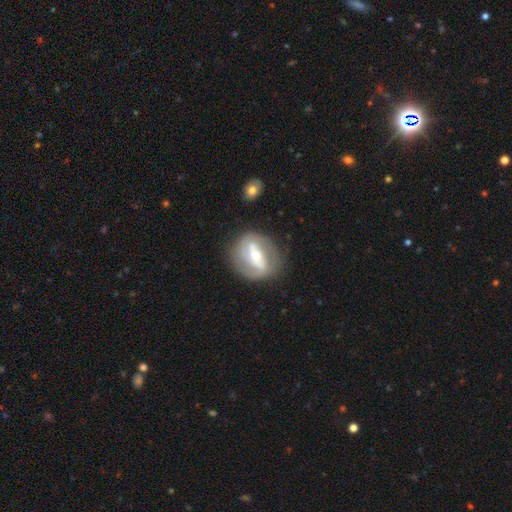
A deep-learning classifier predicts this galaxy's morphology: type=featured or disk (73%); edge-on=no (92%); bar=strong (56%); spiral arms=yes (57%); bulge=moderate (60%); merging=none (75%).